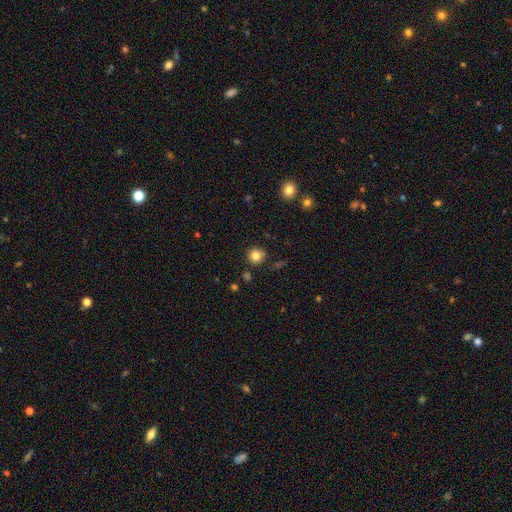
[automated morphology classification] smooth 82%, star or artifact 12%, featured or disk 6%. Down the decision tree: how rounded — round (92%); merging — none (86%).